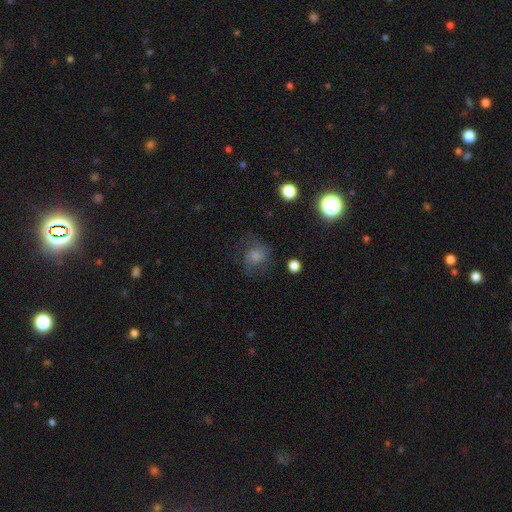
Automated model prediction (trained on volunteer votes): Smooth or featured?
  - smooth: 53% *
  - featured or disk: 33%
  - star or artifact: 14%
How rounded?
  - round: 74% *
  - in between: 25%
  - cigar-shaped: 1%
Merging?
  - none: 59% *
  - minor disturbance: 21%
  - major disturbance: 18%
  - merger: 2%